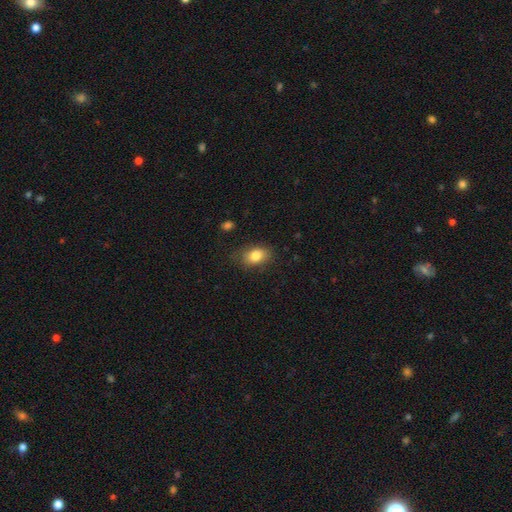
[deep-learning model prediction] The model was most divided on "how rounded": in between: 79%, round: 20%, cigar-shaped: 1%. More confident: smooth or featured — smooth (82%); merging — none (78%).